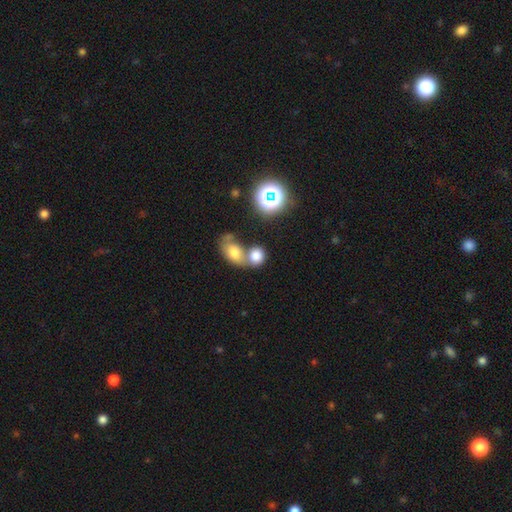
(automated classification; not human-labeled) Overall: smooth (75%). How rounded: round (57%; in between 41%). Merging: merger (55%; none 31%).